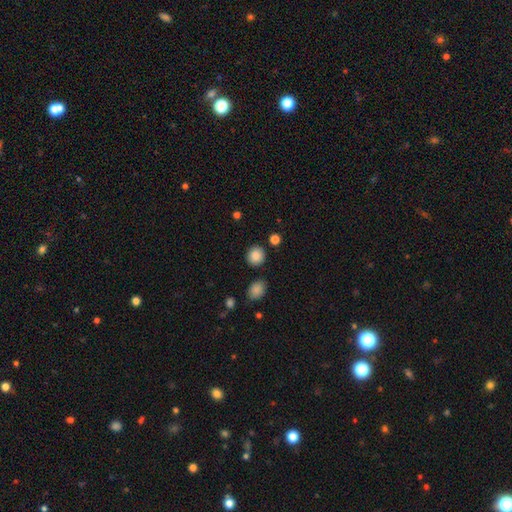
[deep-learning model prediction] smooth 87%, star or artifact 9%, featured or disk 4%. Down the decision tree: how rounded — round (87%); merging — none (87%).